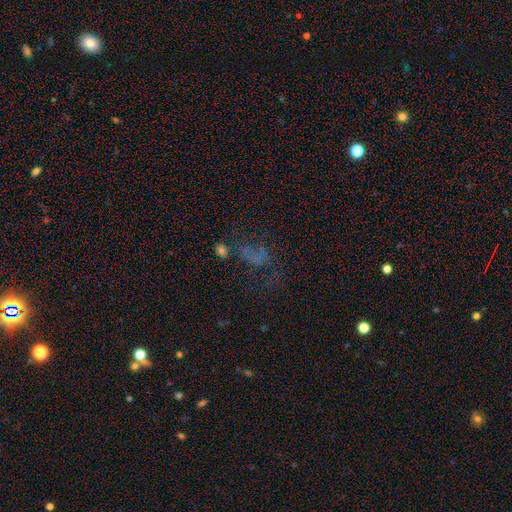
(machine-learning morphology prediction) A star or artifact, not a galaxy (35%).

Vote fractions:
- Smooth or featured? star or artifact: 35% / smooth: 34% / featured or disk: 31%